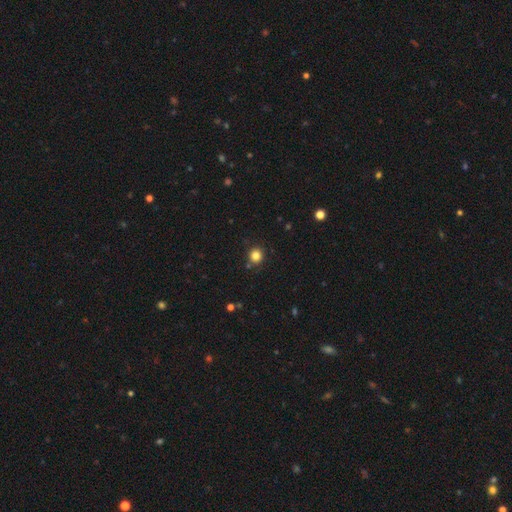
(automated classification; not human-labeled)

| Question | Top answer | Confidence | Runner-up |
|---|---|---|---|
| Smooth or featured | smooth | 82% | star or artifact (13%) |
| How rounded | round | 90% | in between (9%) |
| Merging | none | 86% | minor disturbance (8%) |